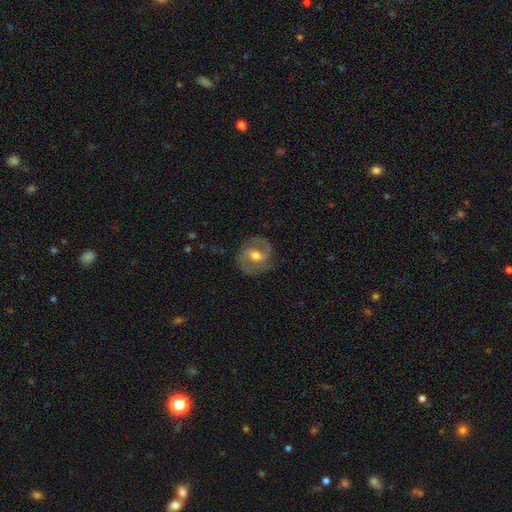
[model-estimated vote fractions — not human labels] Smooth or featured? Predicted: featured or disk (p=0.79). Edge-on disk? Predicted: no (p=0.97). Bar? Predicted: weak (p=0.47). Spiral arms? Predicted: yes (p=0.89). Spiral winding? Predicted: medium (p=0.53). Spiral arm count? Predicted: 2 (p=0.89). Bulge size? Predicted: moderate (p=0.74). Merging? Predicted: none (p=0.81).